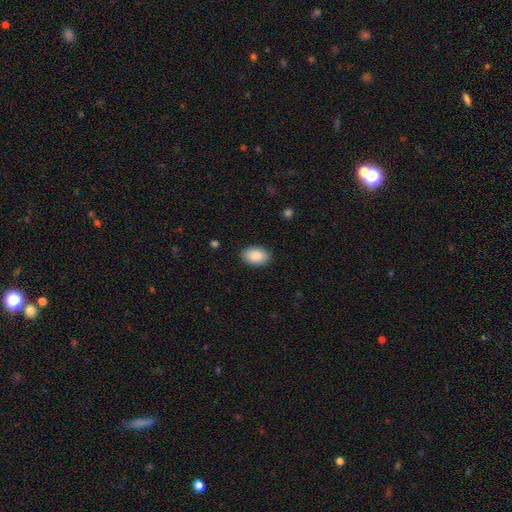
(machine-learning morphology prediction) type=smooth (89%); roundness=in between (90%); merging=none (89%).